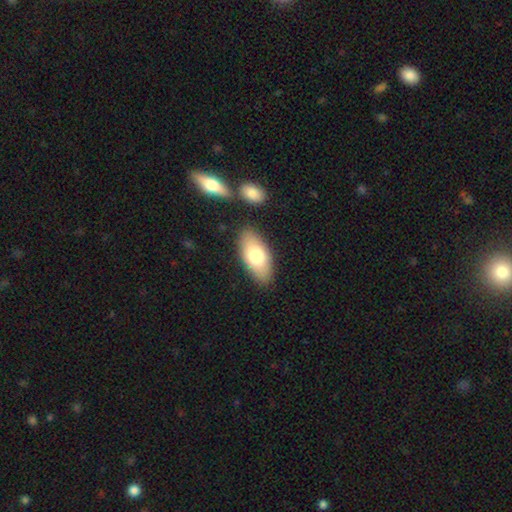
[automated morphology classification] Smooth or featured?
  - smooth: 74% *
  - featured or disk: 20%
  - star or artifact: 6%
How rounded?
  - in between: 90% *
  - cigar-shaped: 7%
  - round: 3%
Merging?
  - none: 83% *
  - minor disturbance: 11%
  - merger: 3%
  - major disturbance: 3%